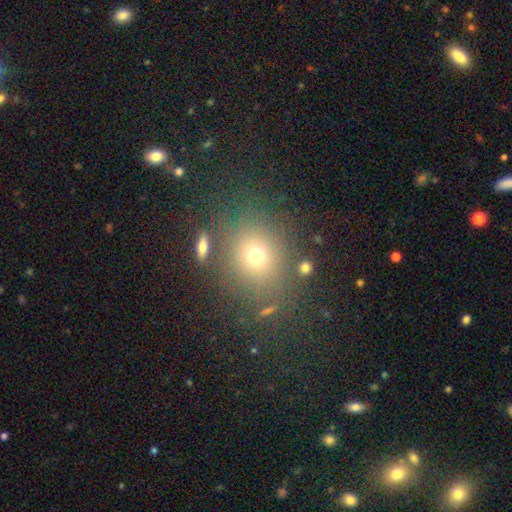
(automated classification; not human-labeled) smooth-or-featured: smooth: 68% | star or artifact: 20% | featured or disk: 11%
  how-rounded: round: 76% | in between: 22% | cigar-shaped: 1%
  merging: none: 79% | minor disturbance: 11% | major disturbance: 5% | merger: 5%